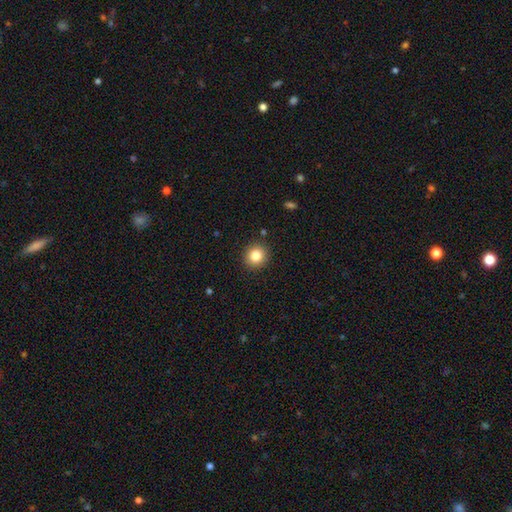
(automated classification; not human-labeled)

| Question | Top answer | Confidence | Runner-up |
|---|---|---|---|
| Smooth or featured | smooth | 84% | star or artifact (10%) |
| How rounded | round | 89% | in between (10%) |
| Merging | none | 91% | minor disturbance (6%) |